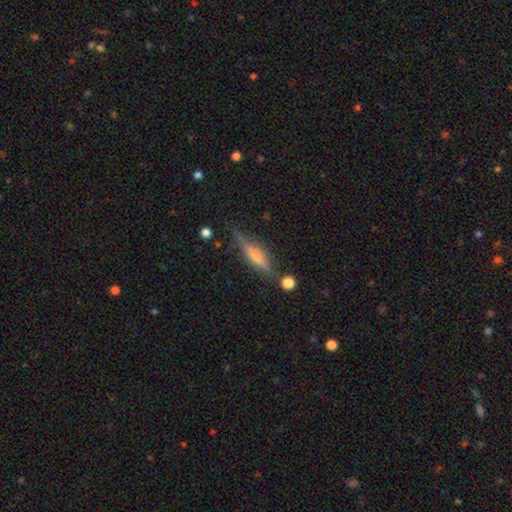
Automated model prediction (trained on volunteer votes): featured or disk 56%, smooth 35%, star or artifact 9%. Down the decision tree: edge-on disk — yes (92%); edge-on bulge — rounded (66%); merging — none (70%).